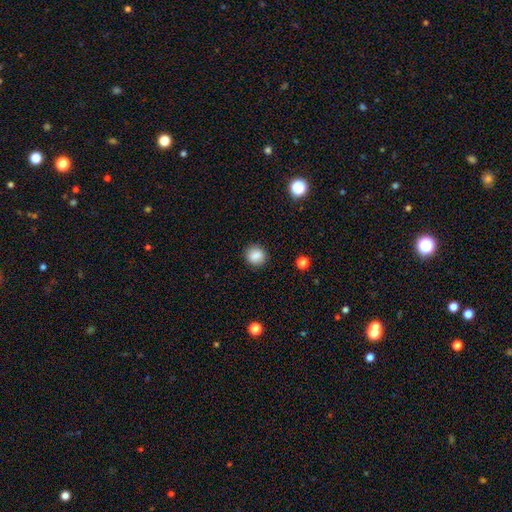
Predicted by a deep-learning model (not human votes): smooth 86%, star or artifact 10%, featured or disk 4%. Down the decision tree: how rounded — round (85%); merging — none (89%).